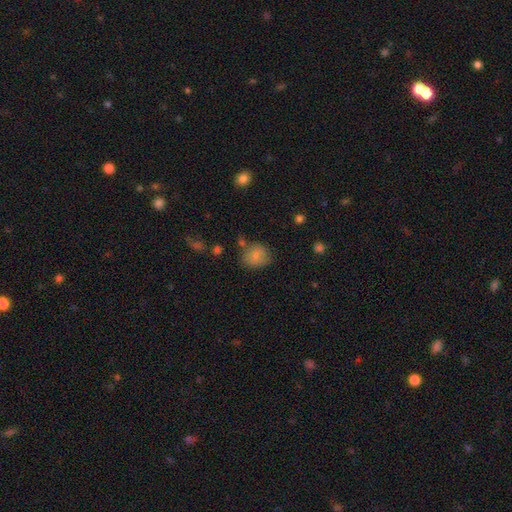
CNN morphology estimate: The model was most divided on "how rounded": round: 65%, in between: 34%, cigar-shaped: 1%. More confident: smooth or featured — smooth (81%); merging — none (65%).